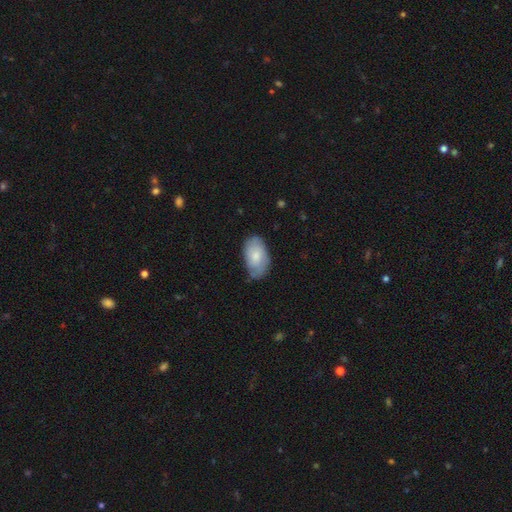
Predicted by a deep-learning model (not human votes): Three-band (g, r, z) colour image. It shows a smooth galaxy with no disk features (69%) that is in between round and cigar-shaped (94%). Merging: none (67%).